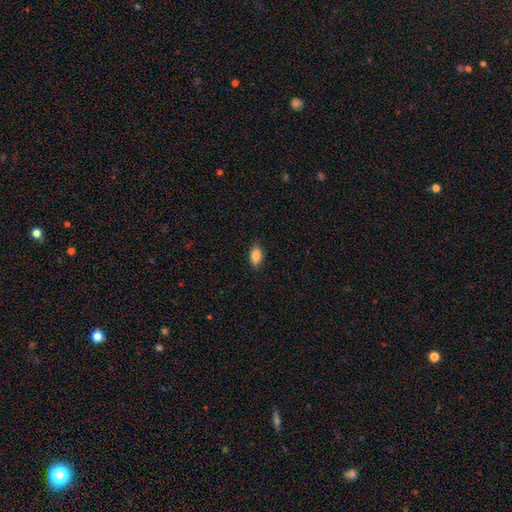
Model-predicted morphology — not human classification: Smooth or featured: smooth — 83% (featured or disk — 8%)
How rounded: in between — 87% (round — 8%)
Merging: none — 83% (minor disturbance — 14%)